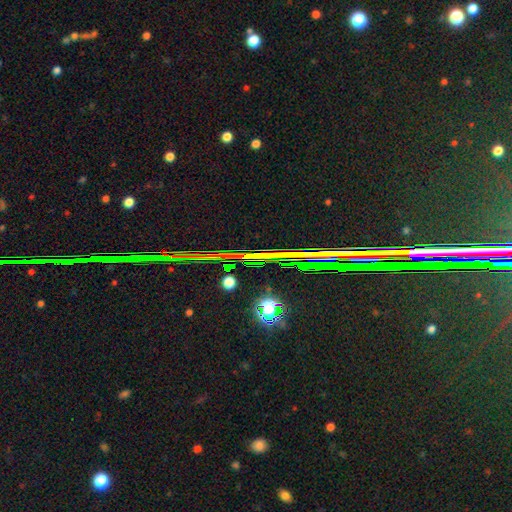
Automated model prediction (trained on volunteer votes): Q: Smooth or featured?
A: star or artifact (81%); runner-up: featured or disk (10%)